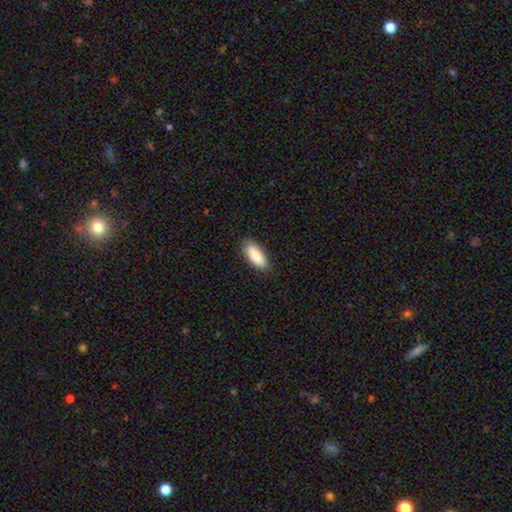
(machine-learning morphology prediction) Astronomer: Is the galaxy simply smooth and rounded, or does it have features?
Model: smooth — 89%.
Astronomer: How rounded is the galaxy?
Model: in between — 80%.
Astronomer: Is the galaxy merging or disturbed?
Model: none — 87%.